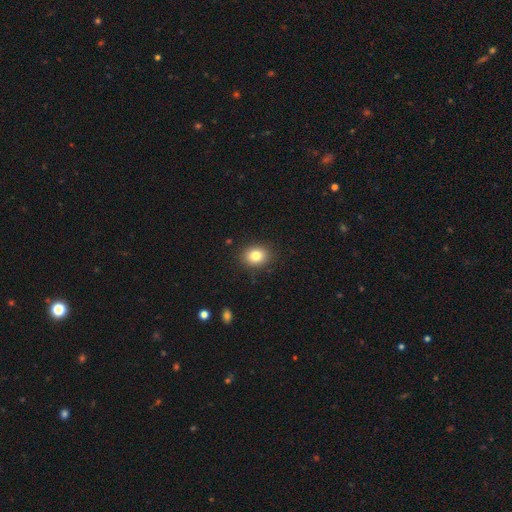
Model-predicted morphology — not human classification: Q: Smooth or featured?
A: smooth (83%); runner-up: star or artifact (10%)
Q: How rounded?
A: round (54%); runner-up: in between (45%)
Q: Merging?
A: none (88%); runner-up: minor disturbance (9%)